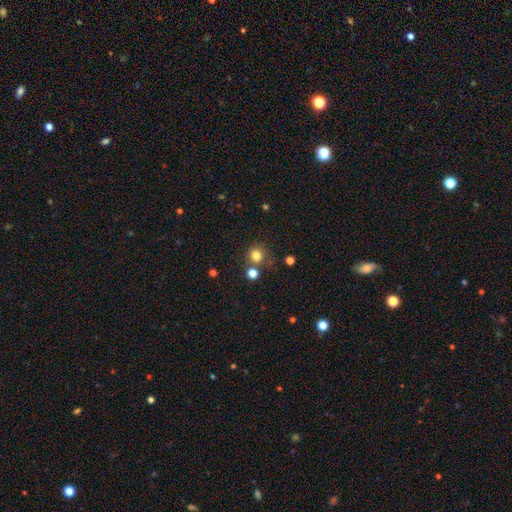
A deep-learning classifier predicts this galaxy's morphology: The model was most divided on "smooth or featured": smooth: 79%, star or artifact: 15%, featured or disk: 6%. More confident: how rounded — round (92%); merging — none (76%).